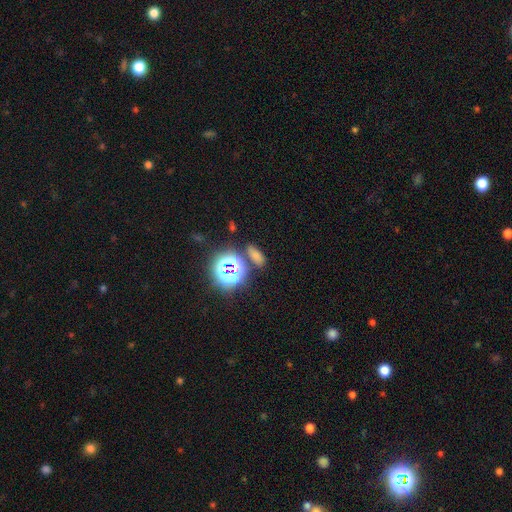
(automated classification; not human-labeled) A smooth galaxy with no disk features (57%) that is in between round and cigar-shaped (70%).

Vote fractions:
- Smooth or featured? smooth: 57% / star or artifact: 36% / featured or disk: 8%
- How rounded? in between: 70% / round: 19% / cigar-shaped: 11%
- Merging? none: 74% / minor disturbance: 12% / merger: 9% / major disturbance: 5%